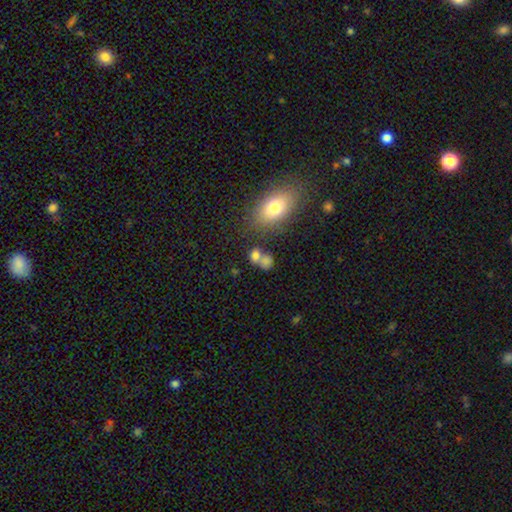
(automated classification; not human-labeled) Morphology: type=smooth (75%); roundness=in between (52%); merging=merger (44%).